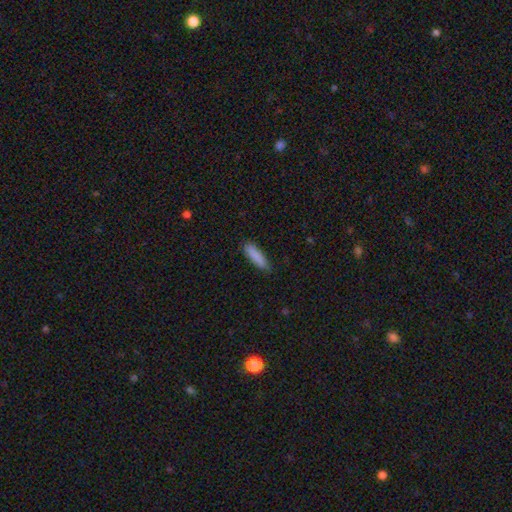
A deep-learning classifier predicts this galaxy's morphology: This appears to be a smooth galaxy with no disk features (88%) that is cigar-shaped (68%). Merging: none (84%).